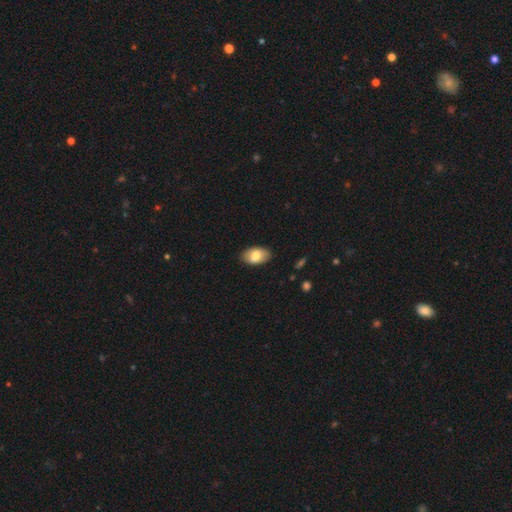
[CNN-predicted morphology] Smooth or featured: smooth — 75% (featured or disk — 18%)
How rounded: in between — 93% (round — 6%)
Merging: none — 85% (minor disturbance — 11%)